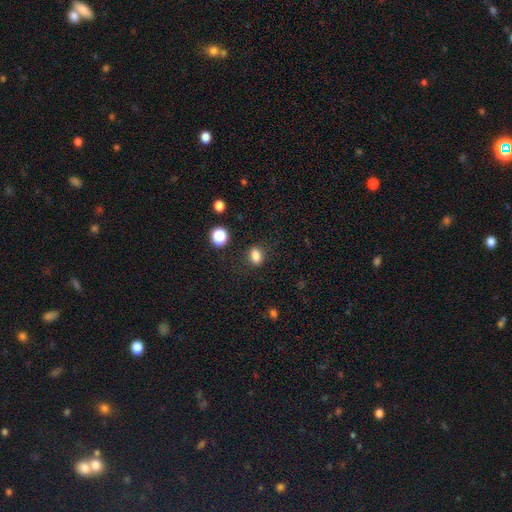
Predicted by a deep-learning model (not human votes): Smooth or featured? Predicted: smooth (p=0.82). How rounded? Predicted: in between (p=0.67). Merging? Predicted: none (p=0.82).